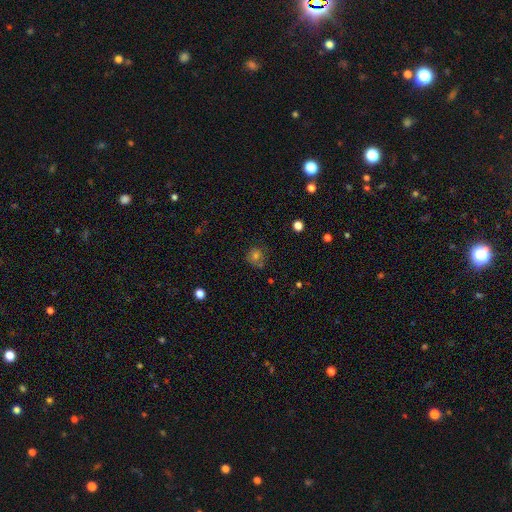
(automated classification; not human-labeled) Overall: smooth (60%; star or artifact 21%). How rounded: round (85%). Merging: none (69%).